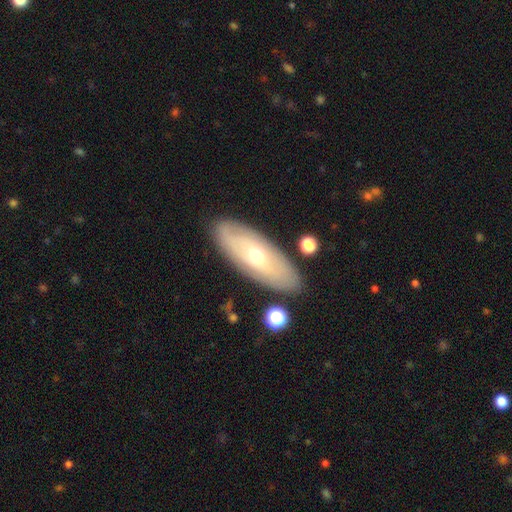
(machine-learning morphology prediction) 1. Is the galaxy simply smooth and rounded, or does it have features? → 51% featured or disk, 42% smooth, 7% star or artifact.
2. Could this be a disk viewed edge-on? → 72% no, 28% yes.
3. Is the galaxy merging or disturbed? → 84% none, 11% minor disturbance, 3% merger, 3% major disturbance.